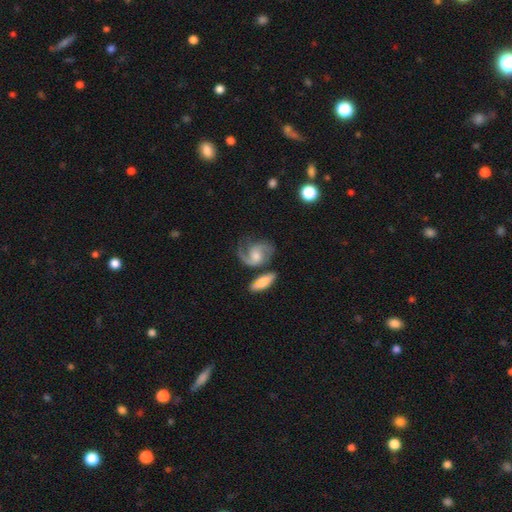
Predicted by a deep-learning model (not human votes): This is clearly a featured or disk galaxy (80%). It is clearly not viewed edge-on (97%). Bar: possibly no (59%). Spiral arm pattern: clearly yes (96%). Spiral arm count: likely 2 (79%). Spiral winding: possibly medium (54%). Central bulge: possibly moderate (49%). Merging: possibly none (53%).